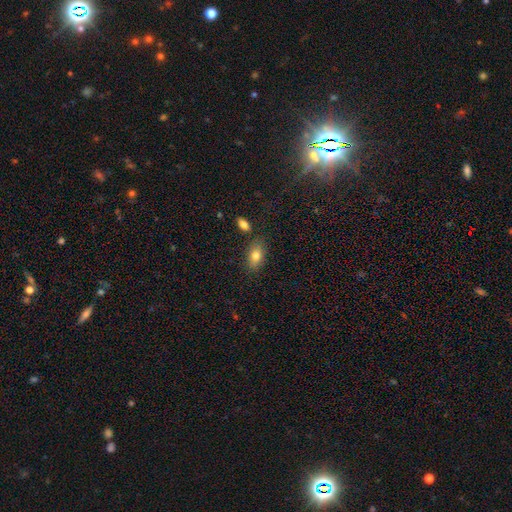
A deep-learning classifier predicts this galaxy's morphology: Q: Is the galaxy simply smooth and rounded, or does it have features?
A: smooth — 79%.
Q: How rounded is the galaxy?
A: in between — 88%.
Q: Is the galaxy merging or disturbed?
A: none — 81%.